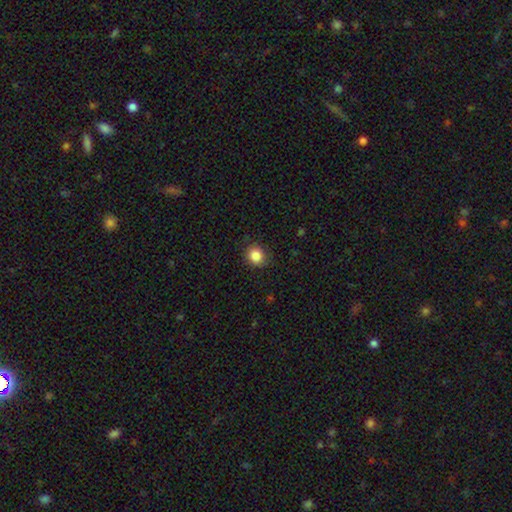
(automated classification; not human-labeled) Smooth or featured?
  - smooth: 85% *
  - star or artifact: 10%
  - featured or disk: 5%
How rounded?
  - round: 82% *
  - in between: 17%
  - cigar-shaped: 1%
Merging?
  - none: 85% *
  - minor disturbance: 11%
  - major disturbance: 3%
  - merger: 1%